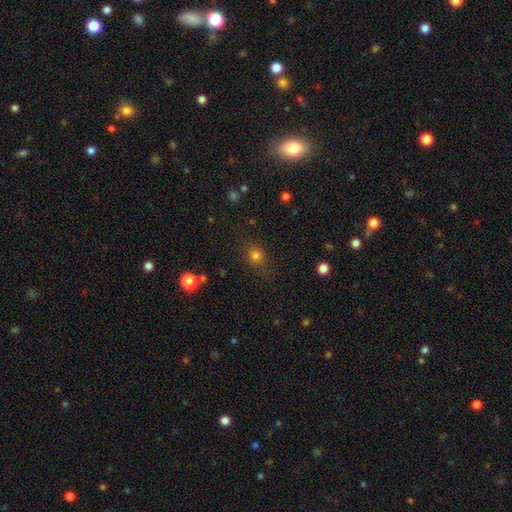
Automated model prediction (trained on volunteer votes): A smooth galaxy with no disk features (77%) that is round (72%).

Vote fractions:
- Smooth or featured? smooth: 77% / star or artifact: 15% / featured or disk: 7%
- How rounded? round: 72% / in between: 26% / cigar-shaped: 1%
- Merging? none: 79% / minor disturbance: 14% / major disturbance: 5% / merger: 2%